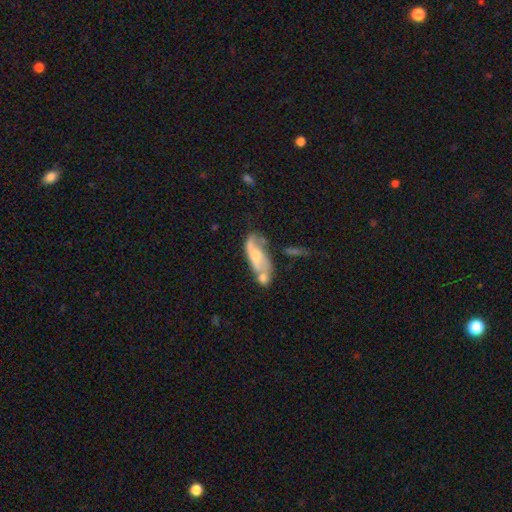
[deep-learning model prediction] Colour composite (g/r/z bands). It shows a featured or disk galaxy (64%) with no bar (59%), spiral arms (74%) and a moderate central bulge (49%). Merging: none (33%).